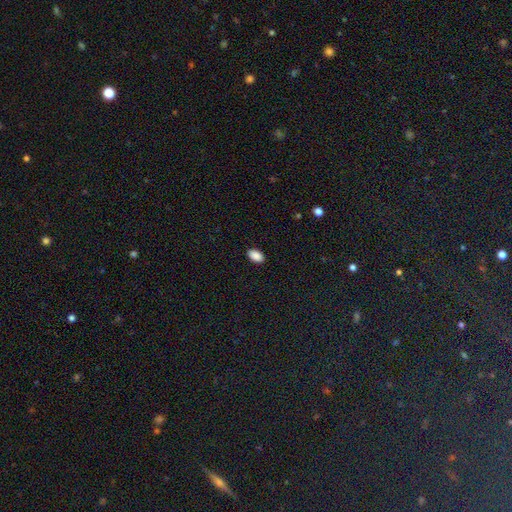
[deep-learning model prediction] Morphology: type=smooth (90%); roundness=in between (93%); merging=none (89%).